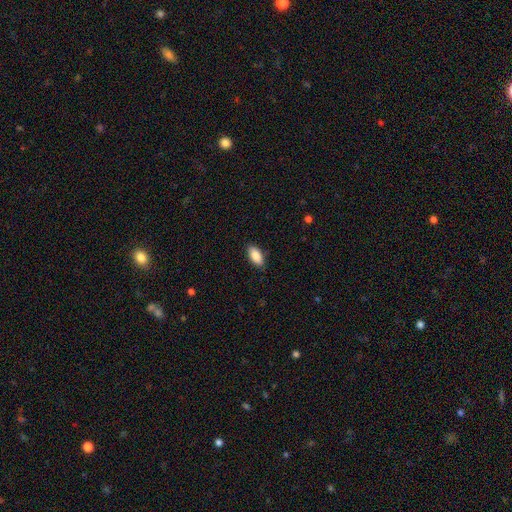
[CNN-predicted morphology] smooth_or_featured: smooth (p=0.87) [alt: featured or disk p=0.07]
how_rounded: in between (p=0.89) [alt: cigar-shaped p=0.09]
merging: none (p=0.87) [alt: minor disturbance p=0.10]